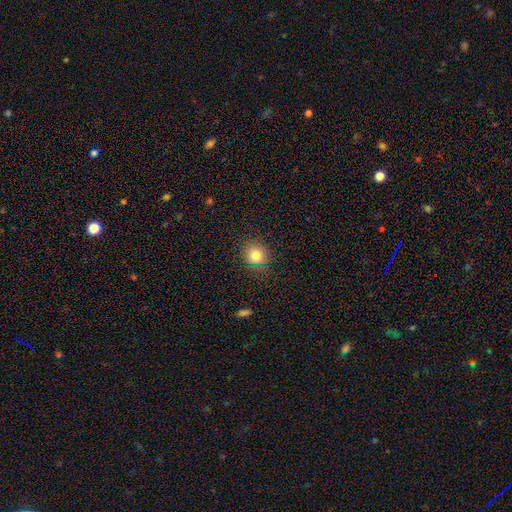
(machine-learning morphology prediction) Smooth or featured?
  - smooth: 81% *
  - star or artifact: 12%
  - featured or disk: 8%
How rounded?
  - round: 80% *
  - in between: 19%
  - cigar-shaped: 1%
Merging?
  - none: 86% *
  - minor disturbance: 10%
  - major disturbance: 3%
  - merger: 1%